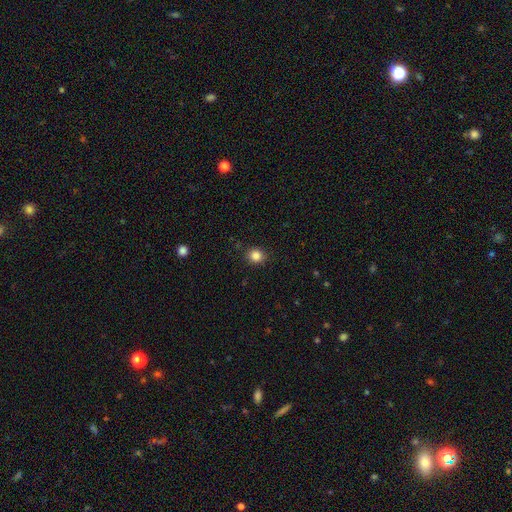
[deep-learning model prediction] Q: Smooth or featured?
A: smooth (85%); runner-up: star or artifact (11%)
Q: How rounded?
A: round (84%); runner-up: in between (15%)
Q: Merging?
A: none (89%); runner-up: minor disturbance (8%)